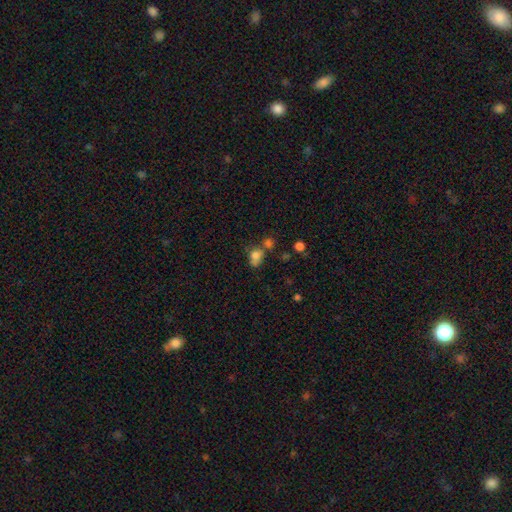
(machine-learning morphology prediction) smooth 75%, star or artifact 14%, featured or disk 12%. Down the decision tree: how rounded — in between (59%); merging — none (37%).